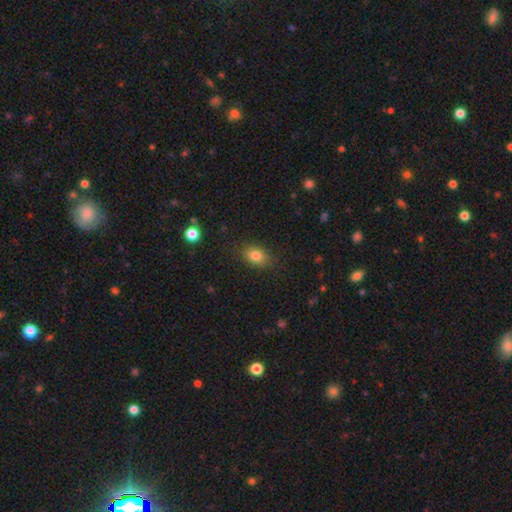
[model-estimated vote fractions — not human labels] smooth_or_featured: smooth (p=0.82) [alt: star or artifact p=0.11]
how_rounded: in between (p=0.69) [alt: round p=0.30]
merging: none (p=0.82) [alt: minor disturbance p=0.13]